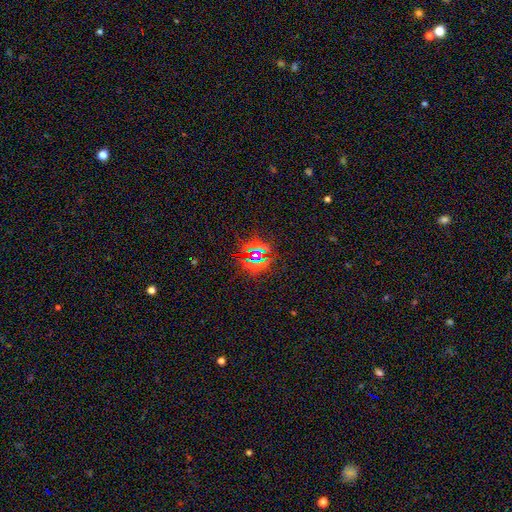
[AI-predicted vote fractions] Smooth or featured? Predicted: star or artifact (p=0.75).